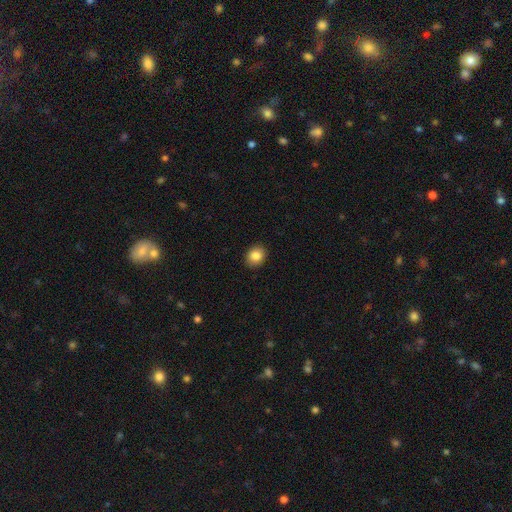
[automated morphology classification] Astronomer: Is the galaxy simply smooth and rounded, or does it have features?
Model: smooth — 86%.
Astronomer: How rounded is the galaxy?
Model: round — 57% (runner-up: in between, 43%).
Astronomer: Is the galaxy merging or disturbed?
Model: none — 90%.